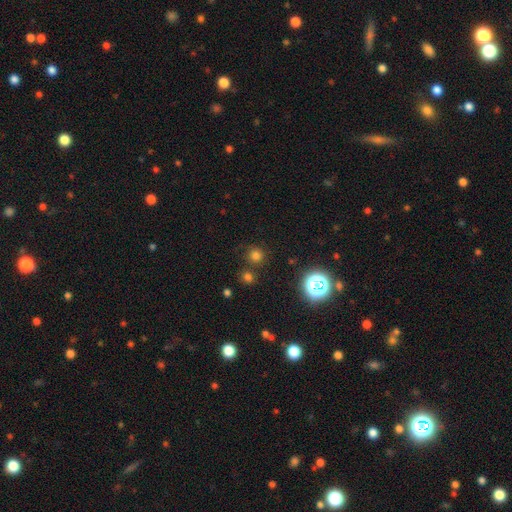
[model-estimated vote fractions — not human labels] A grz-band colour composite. It shows a smooth galaxy with no disk features (69%) that is round (93%). Merging: none (80%).